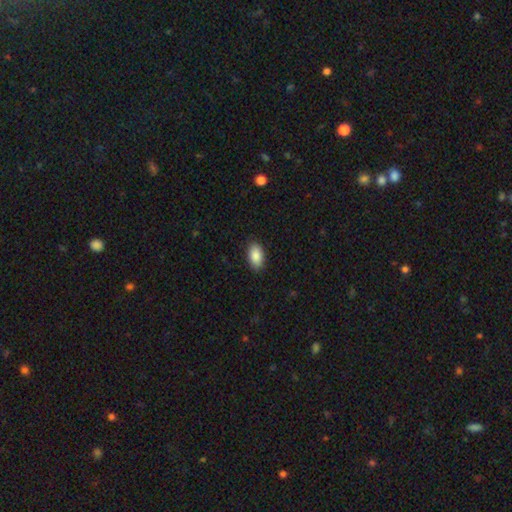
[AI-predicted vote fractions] Smooth or featured? Predicted: smooth (p=0.88). How rounded? Predicted: in between (p=0.94). Merging? Predicted: none (p=0.88).